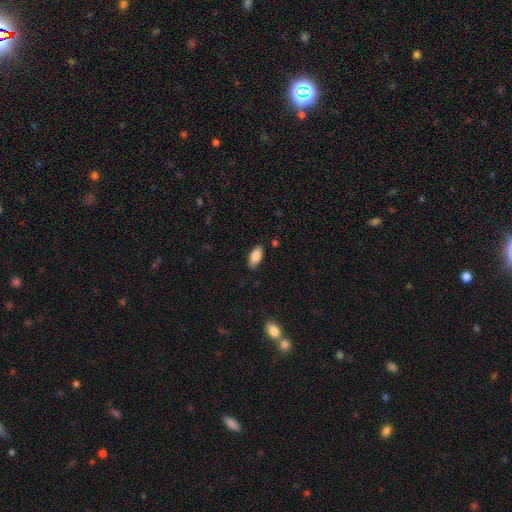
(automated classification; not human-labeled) Morphology: type=smooth (86%); roundness=in between (89%); merging=none (84%).